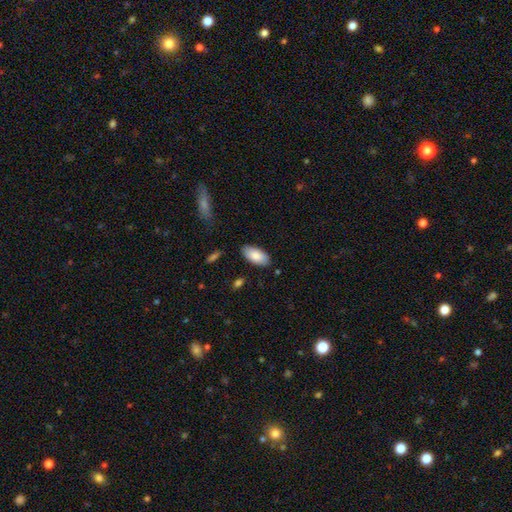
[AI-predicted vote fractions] A smooth galaxy with no disk features (86%) that is in between round and cigar-shaped (94%).

Vote fractions:
- Smooth or featured? smooth: 86% / featured or disk: 8% / star or artifact: 6%
- How rounded? in between: 94% / cigar-shaped: 4% / round: 2%
- Merging? none: 84% / minor disturbance: 11% / major disturbance: 2% / merger: 2%